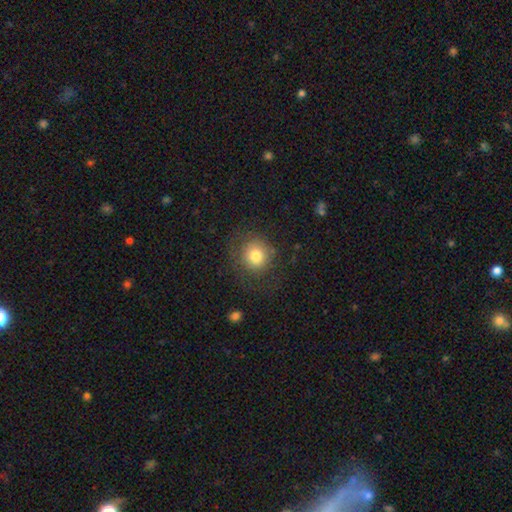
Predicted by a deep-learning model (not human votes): Smooth or featured? smooth (75%)
How rounded? round (87%)
Merging? none (71%)